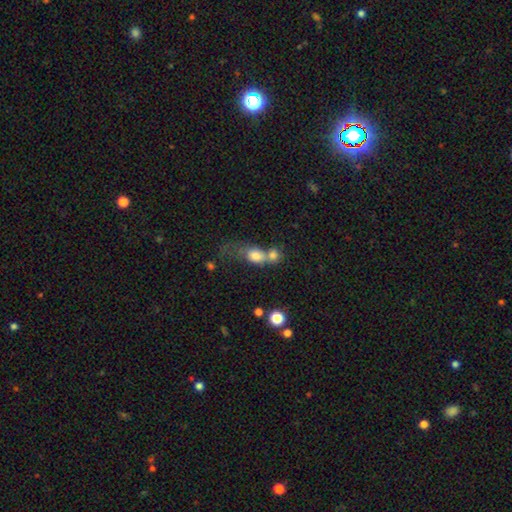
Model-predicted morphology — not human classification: smooth 75%, featured or disk 15%, star or artifact 10%. Down the decision tree: how rounded — in between (54%); merging — merger (62%).